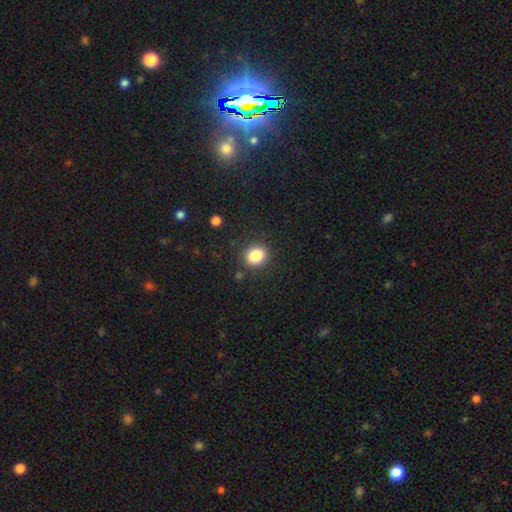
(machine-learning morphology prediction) Q: Smooth or featured?
A: smooth (84%); runner-up: star or artifact (11%)
Q: How rounded?
A: round (67%); runner-up: in between (33%)
Q: Merging?
A: none (87%); runner-up: minor disturbance (9%)